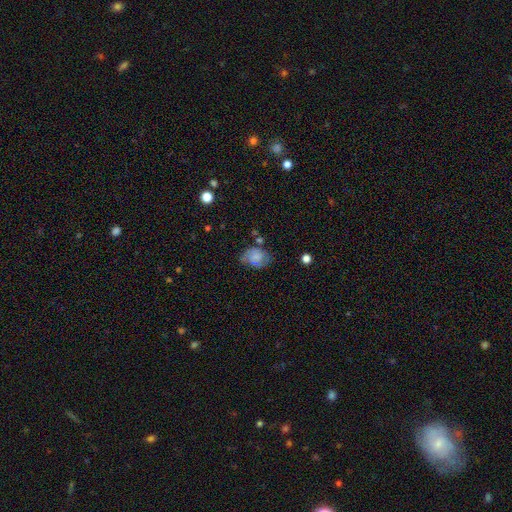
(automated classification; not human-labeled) Smooth or featured? Predicted: featured or disk (p=0.54). Edge-on disk? Predicted: no (p=0.97). Bar? Predicted: no (p=0.64). Spiral arms? Predicted: yes (p=0.86). Bulge size? Predicted: none (p=0.45). Merging? Predicted: none (p=0.58).